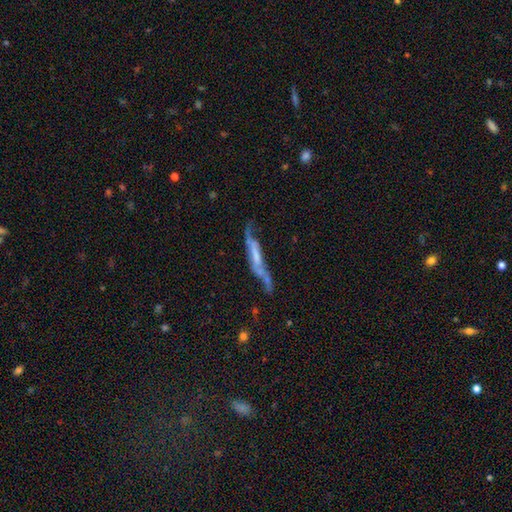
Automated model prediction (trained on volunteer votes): This appears to be a featured or disk galaxy (65%) viewed edge-on (53%). Merging: none (38%).